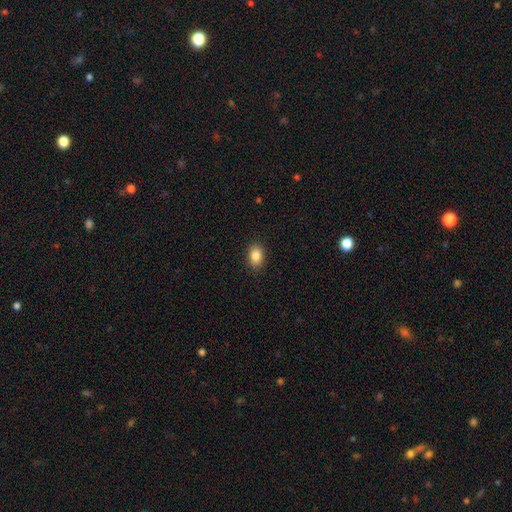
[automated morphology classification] Smooth or featured? Predicted: smooth (p=0.86). How rounded? Predicted: in between (p=0.82). Merging? Predicted: none (p=0.89).